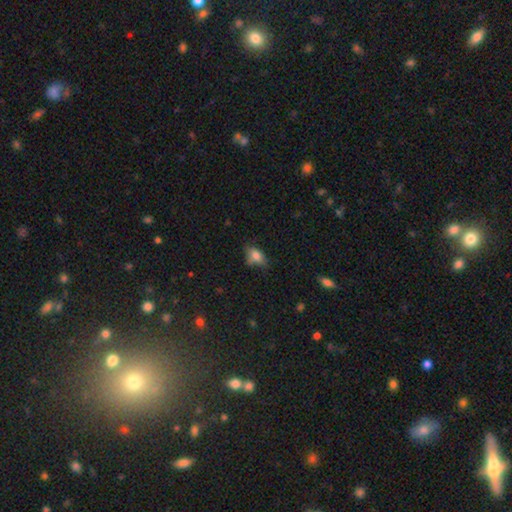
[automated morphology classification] Q: Smooth or featured?
A: smooth (75%); runner-up: featured or disk (15%)
Q: How rounded?
A: in between (84%); runner-up: round (9%)
Q: Merging?
A: none (53%); runner-up: minor disturbance (32%)